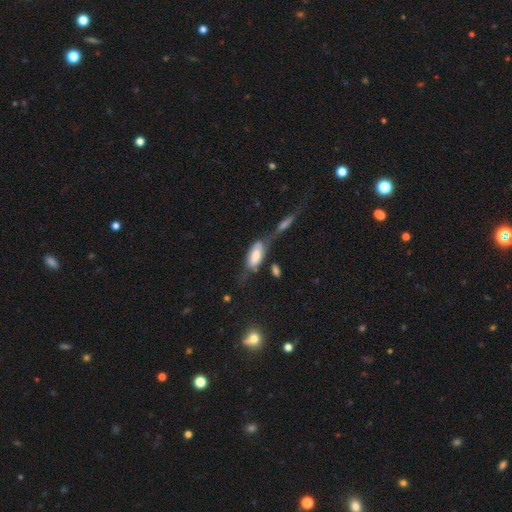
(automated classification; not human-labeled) Smooth or featured?
  - smooth: 67% *
  - featured or disk: 25%
  - star or artifact: 8%
How rounded?
  - in between: 83% *
  - cigar-shaped: 14%
  - round: 2%
Merging?
  - merger: 33% *
  - none: 29%
  - minor disturbance: 20%
  - major disturbance: 18%